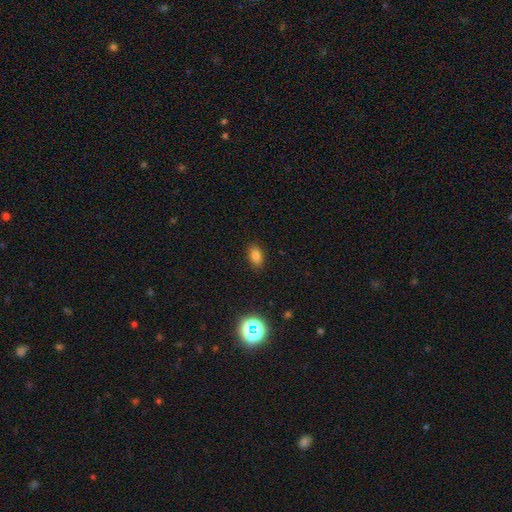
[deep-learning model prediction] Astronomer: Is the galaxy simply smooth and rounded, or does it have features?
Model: smooth — 80%.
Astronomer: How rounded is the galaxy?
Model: in between — 87%.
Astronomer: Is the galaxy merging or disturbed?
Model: none — 87%.